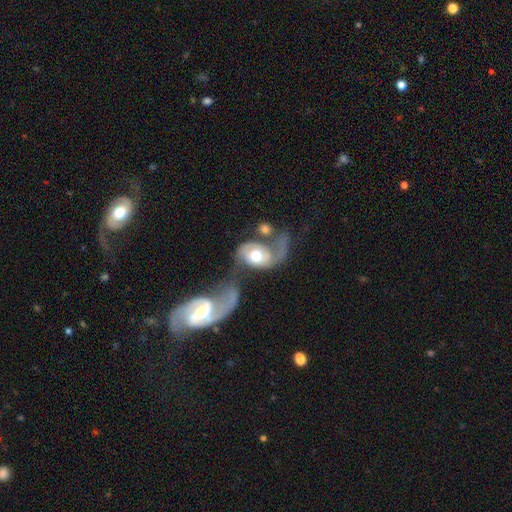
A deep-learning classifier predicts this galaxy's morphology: Q: Smooth or featured?
A: featured or disk (70%); runner-up: smooth (24%)
Q: Edge-on disk?
A: no (96%); runner-up: yes (4%)
Q: Bar?
A: no (68%); runner-up: weak (23%)
Q: Spiral arms?
A: yes (82%); runner-up: no (18%)
Q: Spiral winding?
A: loose (57%); runner-up: medium (31%)
Q: Spiral arm count?
A: 2 (75%); runner-up: 1 (16%)
Q: Bulge size?
A: moderate (62%); runner-up: large (27%)
Q: Merging?
A: merger (41%); runner-up: major disturbance (28%)